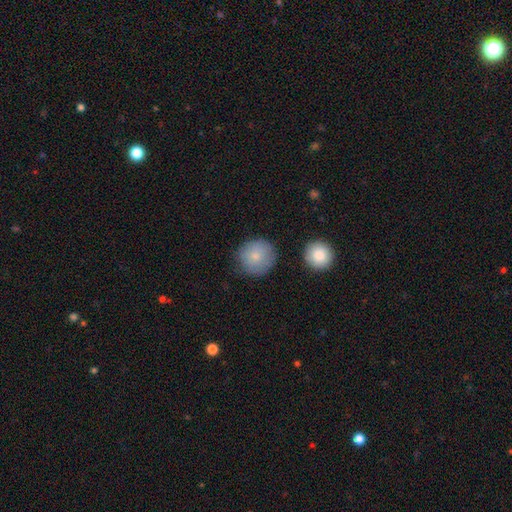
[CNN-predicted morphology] Smooth or featured? smooth (83%)
How rounded? round (94%)
Merging? none (80%)